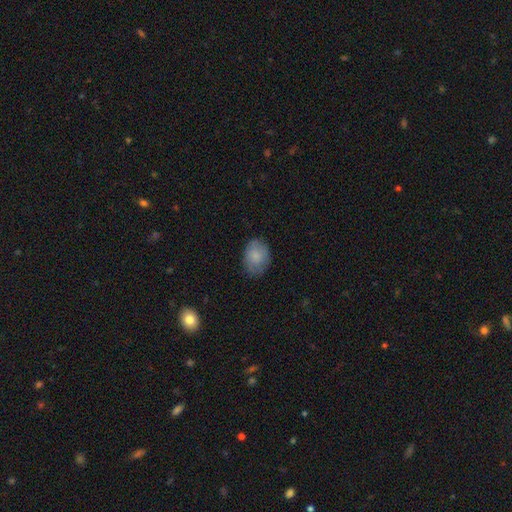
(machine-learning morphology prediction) The model was most divided on "how rounded": in between: 72%, round: 27%, cigar-shaped: 1%. More confident: smooth or featured — smooth (82%); merging — none (76%).